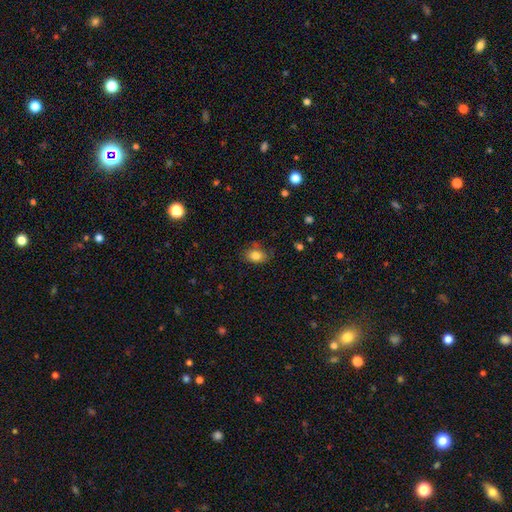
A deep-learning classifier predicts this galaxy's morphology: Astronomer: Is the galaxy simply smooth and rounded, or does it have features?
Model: smooth — 82%.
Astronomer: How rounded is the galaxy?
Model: in between — 73%.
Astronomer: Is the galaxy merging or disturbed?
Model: none — 73%.